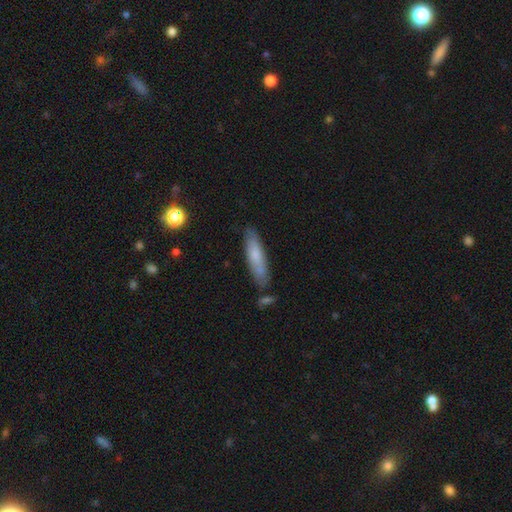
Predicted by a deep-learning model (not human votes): A smooth galaxy with no disk features (68%) that is cigar-shaped (76%).

Vote fractions:
- Smooth or featured? smooth: 68% / featured or disk: 26% / star or artifact: 6%
- How rounded? cigar-shaped: 76% / in between: 22% / round: 2%
- Merging? none: 76% / minor disturbance: 16% / merger: 5% / major disturbance: 3%